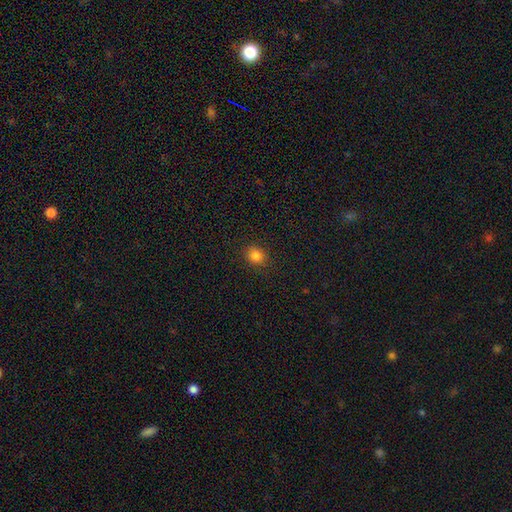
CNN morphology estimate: A smooth galaxy with no disk features (83%) that is round (69%).

Vote fractions:
- Smooth or featured? smooth: 83% / star or artifact: 12% / featured or disk: 5%
- How rounded? round: 69% / in between: 30% / cigar-shaped: 1%
- Merging? none: 88% / minor disturbance: 8% / major disturbance: 2% / merger: 1%